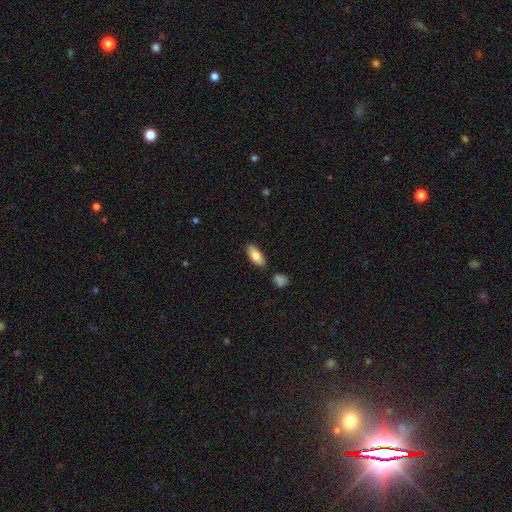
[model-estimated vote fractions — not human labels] The model was most divided on "how rounded": in between: 83%, cigar-shaped: 15%, round: 2%. More confident: smooth or featured — smooth (83%); merging — none (82%).